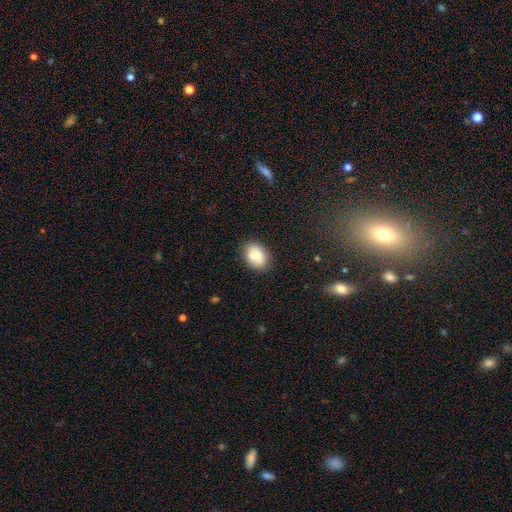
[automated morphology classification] The model was most divided on "how rounded": in between: 78%, round: 21%, cigar-shaped: 1%. More confident: smooth or featured — smooth (80%); merging — none (75%).